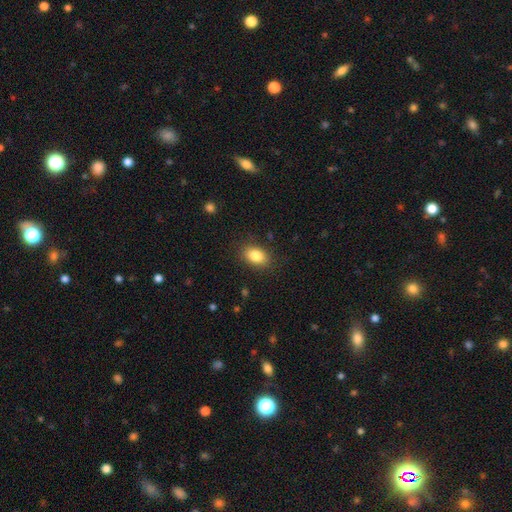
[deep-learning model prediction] Smooth or featured?
  - smooth: 85% *
  - star or artifact: 8%
  - featured or disk: 7%
How rounded?
  - in between: 83% *
  - round: 15%
  - cigar-shaped: 1%
Merging?
  - none: 86% *
  - minor disturbance: 10%
  - major disturbance: 3%
  - merger: 1%